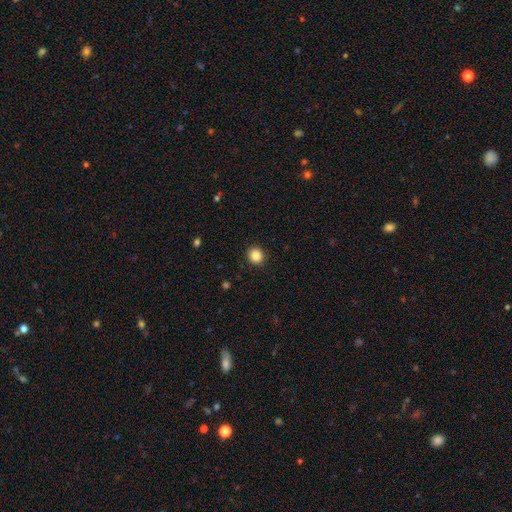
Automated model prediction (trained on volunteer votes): The model was most divided on "smooth or featured": smooth: 86%, star or artifact: 11%, featured or disk: 3%. More confident: merging — none (92%); how rounded — round (90%).